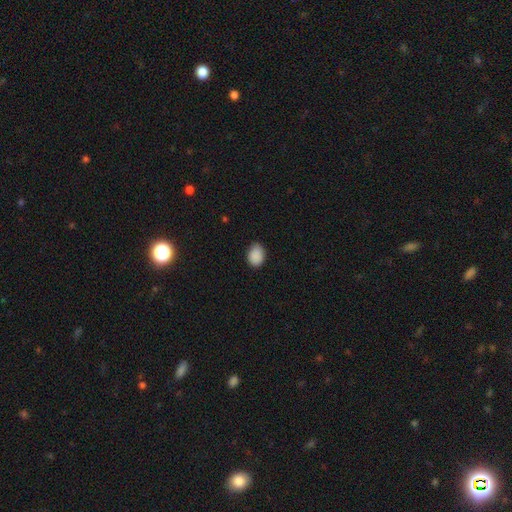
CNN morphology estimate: Smooth or featured? smooth (89%)
How rounded? in between (65%)
Merging? none (79%)